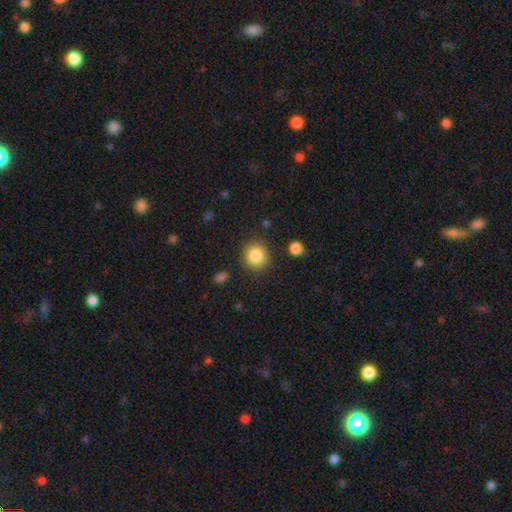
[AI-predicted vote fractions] smooth_or_featured: smooth (p=0.86) [alt: star or artifact p=0.09]
how_rounded: round (p=0.88) [alt: in between p=0.11]
merging: none (p=0.86) [alt: minor disturbance p=0.08]